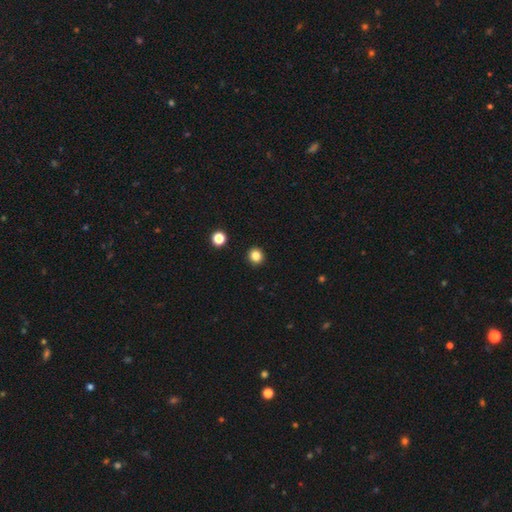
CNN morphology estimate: Q: Smooth or featured?
A: smooth (84%); runner-up: star or artifact (12%)
Q: How rounded?
A: round (90%); runner-up: in between (9%)
Q: Merging?
A: none (93%); runner-up: minor disturbance (5%)